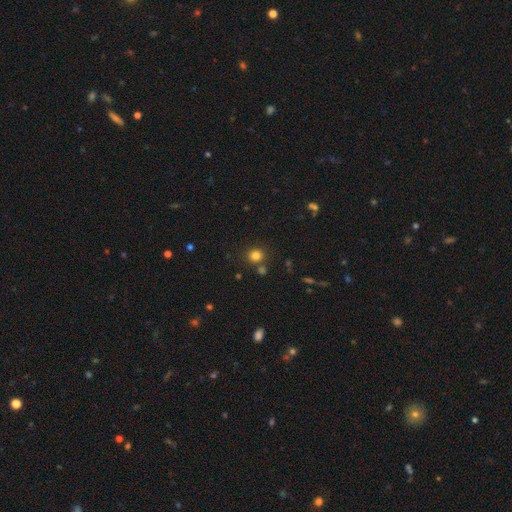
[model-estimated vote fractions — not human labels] Overall: smooth (80%). How rounded: round (88%). Merging: none (80%).